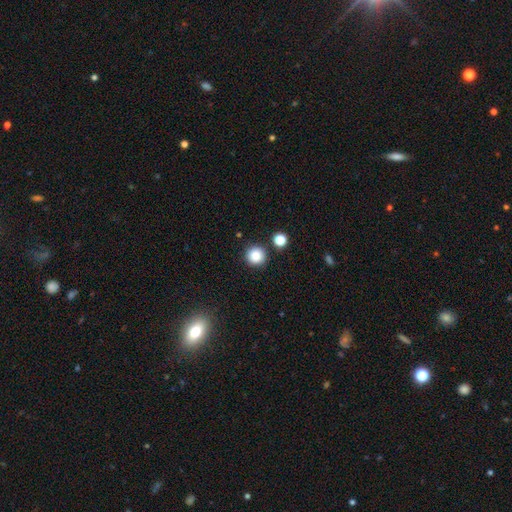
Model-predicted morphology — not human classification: A smooth galaxy with no disk features (85%) that is round (94%).

Vote fractions:
- Smooth or featured? smooth: 85% / star or artifact: 11% / featured or disk: 4%
- How rounded? round: 94% / in between: 5% / cigar-shaped: 1%
- Merging? none: 87% / minor disturbance: 7% / merger: 4% / major disturbance: 2%